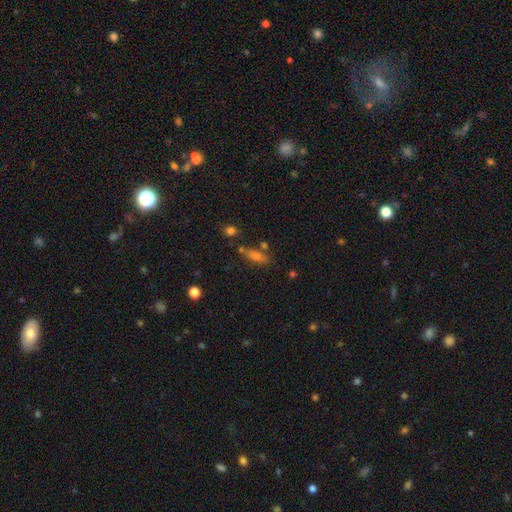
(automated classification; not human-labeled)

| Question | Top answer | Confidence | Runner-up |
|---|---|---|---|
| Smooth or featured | smooth | 56% | featured or disk (23%) |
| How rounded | cigar-shaped | 48% | in between (45%) |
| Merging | none | 70% | minor disturbance (14%) |